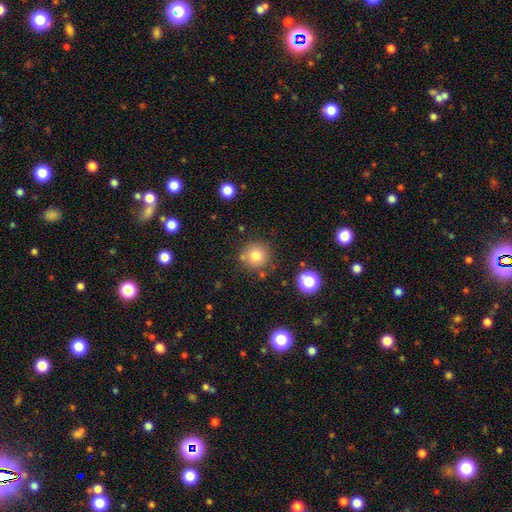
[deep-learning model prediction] A smooth galaxy with no disk features (78%) that is round (93%).

Vote fractions:
- Smooth or featured? smooth: 78% / star or artifact: 12% / featured or disk: 9%
- How rounded? round: 93% / in between: 6% / cigar-shaped: 1%
- Merging? none: 77% / minor disturbance: 11% / merger: 8% / major disturbance: 4%